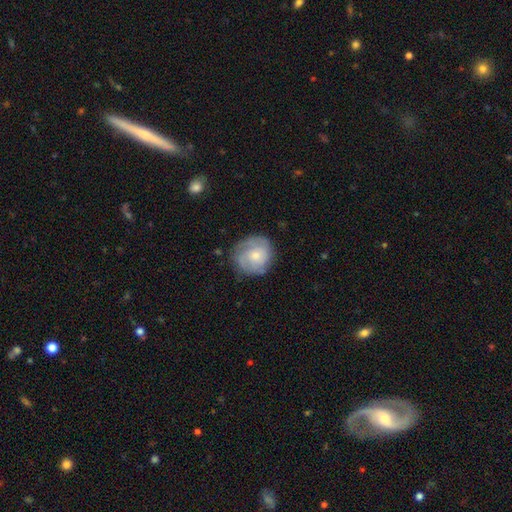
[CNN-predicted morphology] Smooth or featured?
  - featured or disk: 52% *
  - smooth: 41%
  - star or artifact: 7%
Edge-on disk?
  - no: 98% *
  - yes: 2%
Bar?
  - no: 79% *
  - weak: 18%
  - strong: 3%
Spiral arms?
  - yes: 78% *
  - no: 22%
Bulge size?
  - small: 52% *
  - moderate: 41%
  - large: 3%
  - none: 3%
  - dominant: 1%
Merging?
  - none: 73% *
  - minor disturbance: 19%
  - major disturbance: 7%
  - merger: 2%